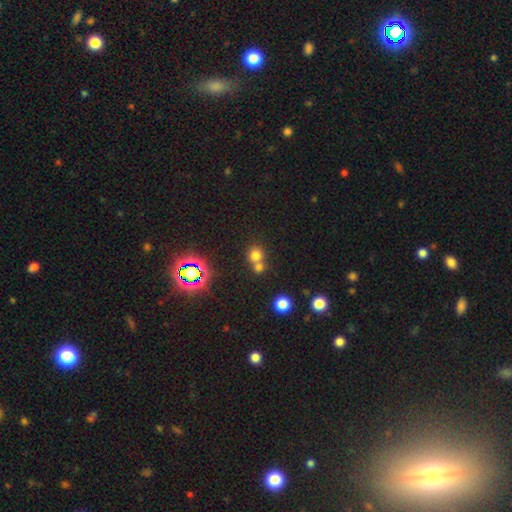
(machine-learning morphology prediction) Smooth or featured?
  - smooth: 71% *
  - star or artifact: 21%
  - featured or disk: 9%
How rounded?
  - round: 85% *
  - in between: 14%
  - cigar-shaped: 1%
Merging?
  - none: 46% * (tied)
  - merger: 46% * (tied)
  - minor disturbance: 6%
  - major disturbance: 3%